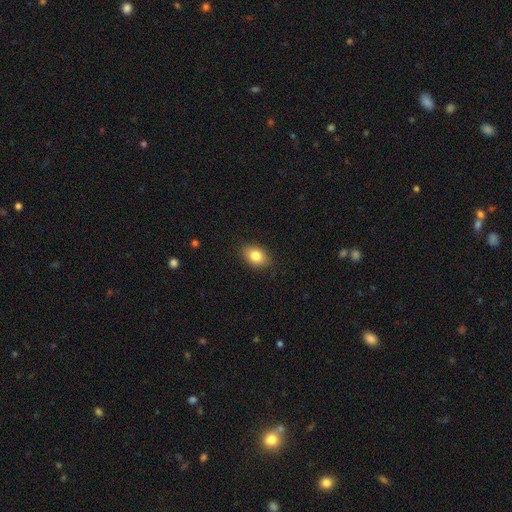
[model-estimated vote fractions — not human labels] Smooth or featured: smooth — 82% (featured or disk — 10%)
How rounded: in between — 81% (round — 17%)
Merging: none — 87% (minor disturbance — 10%)